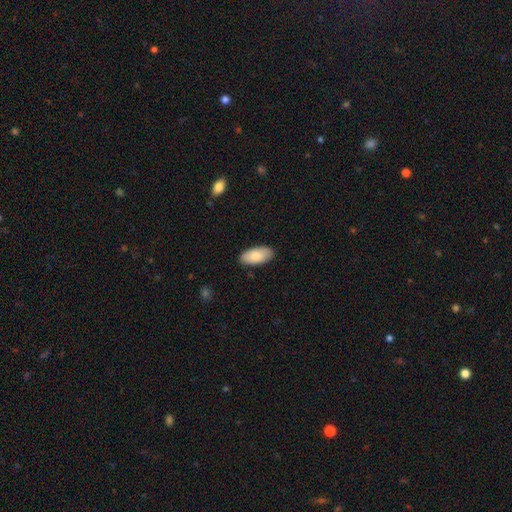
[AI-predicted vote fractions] smooth 85%, featured or disk 9%, star or artifact 6%. Down the decision tree: how rounded — in between (93%); merging — none (88%).